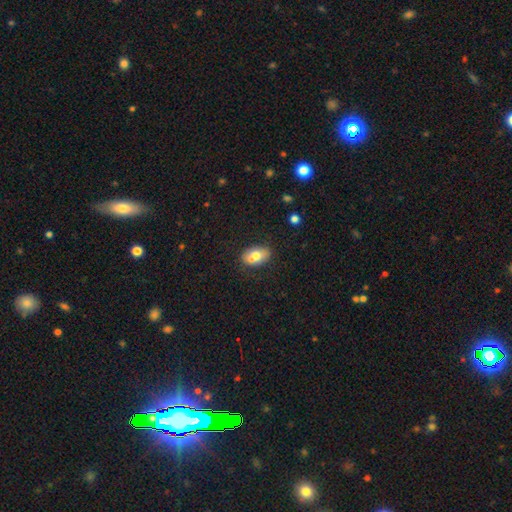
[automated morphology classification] smooth_or_featured: smooth (p=0.69) [alt: featured or disk p=0.24]
how_rounded: in between (p=0.86) [alt: round p=0.12]
merging: none (p=0.59) [alt: merger p=0.21]